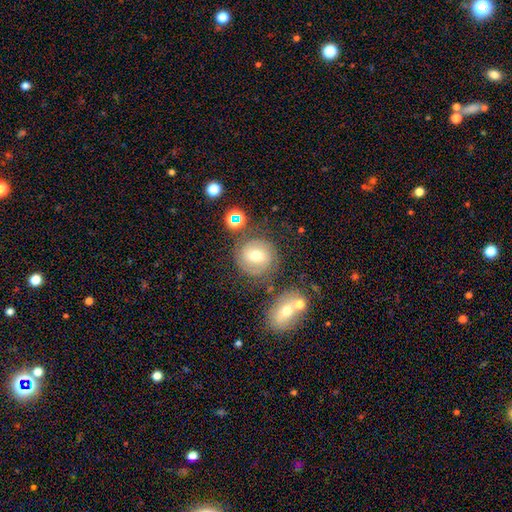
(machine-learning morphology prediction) A featured or disk galaxy (48%).

Vote fractions:
- Smooth or featured? featured or disk: 48% / smooth: 40% / star or artifact: 12%
- Merging? none: 72% / minor disturbance: 14% / merger: 7% / major disturbance: 7%